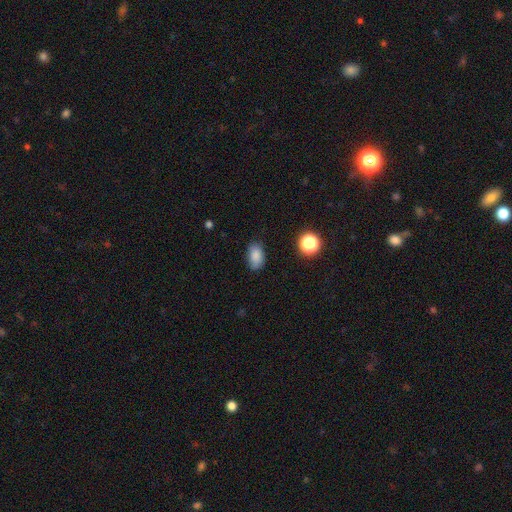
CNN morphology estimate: Smooth or featured? smooth (85%)
How rounded? in between (90%)
Merging? none (81%)